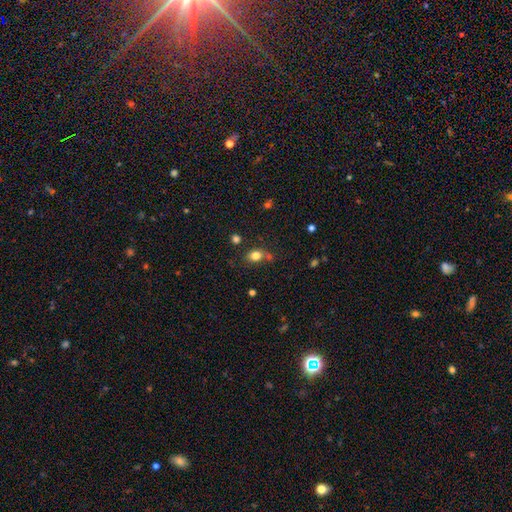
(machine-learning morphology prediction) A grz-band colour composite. It shows a smooth galaxy with no disk features (80%) that is in between round and cigar-shaped (60%). Merging: none (63%).